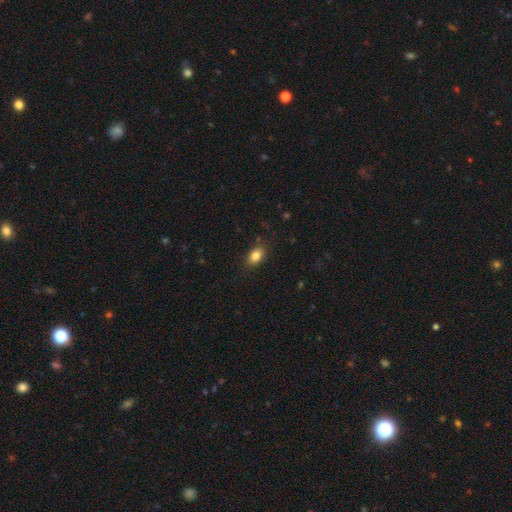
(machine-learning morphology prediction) The model was most divided on "how rounded": in between: 85%, round: 13%, cigar-shaped: 2%. More confident: merging — none (85%); smooth or featured — smooth (84%).